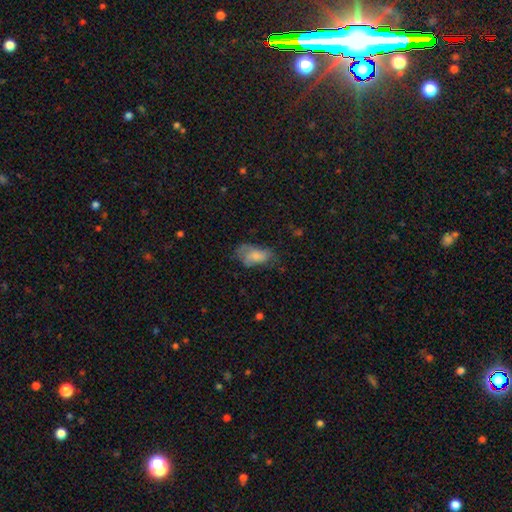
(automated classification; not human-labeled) This appears to be a smooth galaxy with no disk features (68%) that is in between round and cigar-shaped (90%). Merging: none (36%).